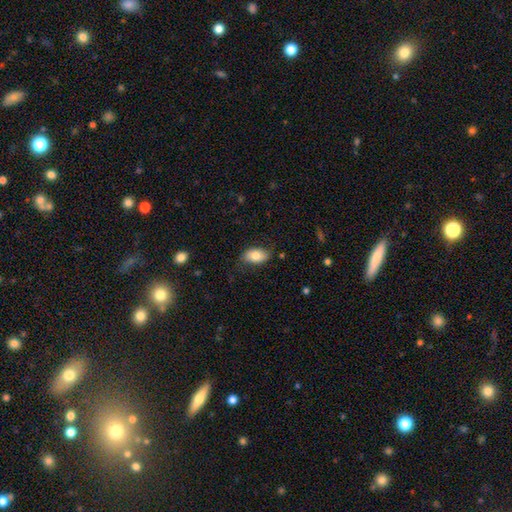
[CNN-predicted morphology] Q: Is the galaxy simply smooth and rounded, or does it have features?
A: smooth — 78%.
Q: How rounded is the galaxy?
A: in between — 92%.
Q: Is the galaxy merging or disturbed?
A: none — 76%.